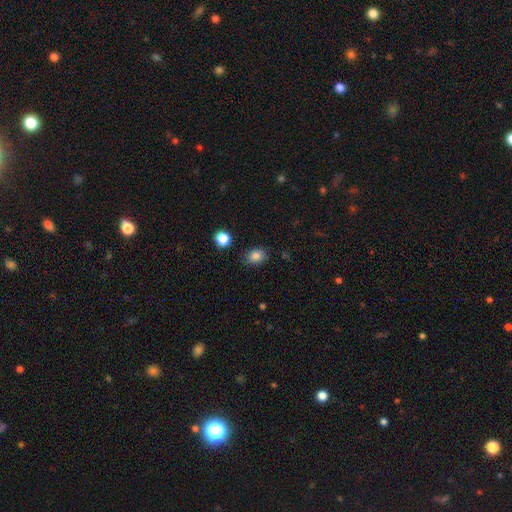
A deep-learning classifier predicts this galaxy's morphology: Smooth or featured? smooth (84%)
How rounded? in between (57%)
Merging? none (82%)